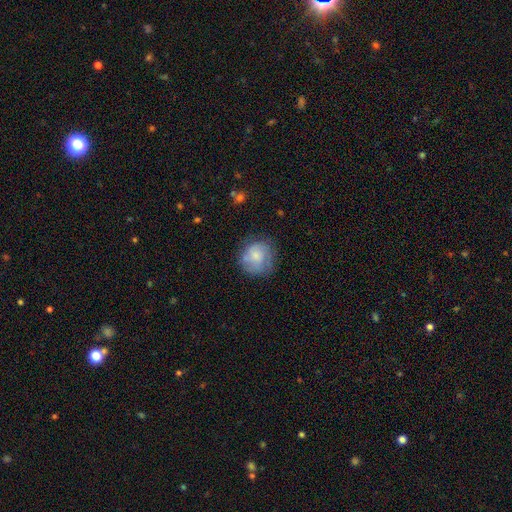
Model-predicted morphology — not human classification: This is likely a smooth galaxy (61%). How rounded: clearly round (84%). Merging: likely none (63%).